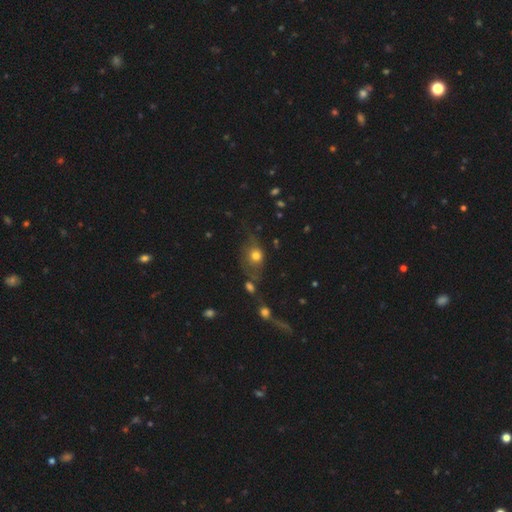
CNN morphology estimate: Smooth or featured? smooth (67%)
How rounded? in between (49%)
Merging? none (43%)